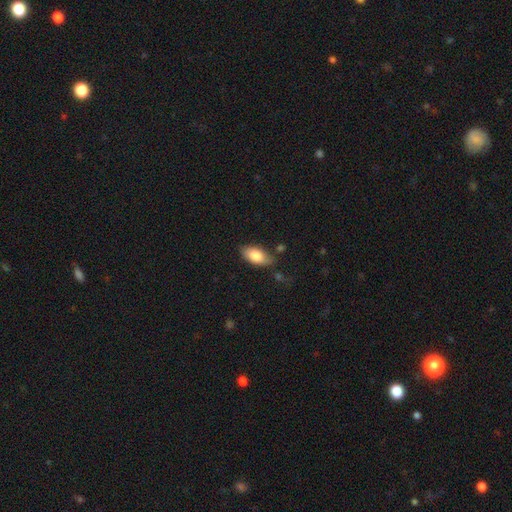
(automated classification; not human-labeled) This is clearly a smooth galaxy (82%). How rounded: clearly in between (92%). Merging: likely none (72%).